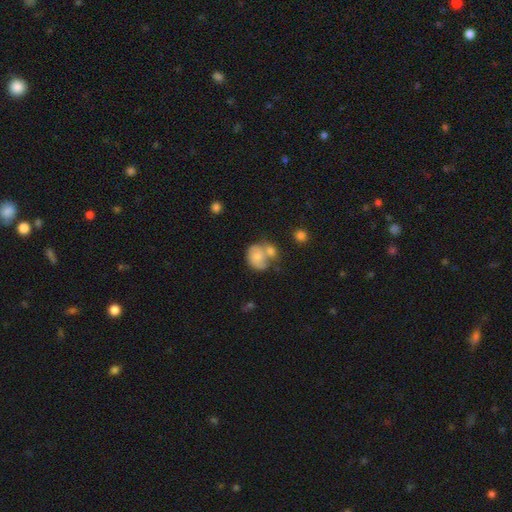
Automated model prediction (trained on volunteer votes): smooth_or_featured: smooth (p=0.62) [alt: featured or disk p=0.30]
how_rounded: round (p=0.53) [alt: in between p=0.46]
merging: merger (p=0.46) [alt: none p=0.27]